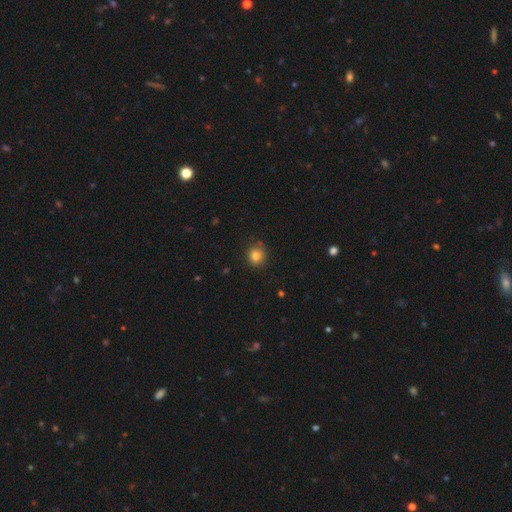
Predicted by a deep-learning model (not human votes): A smooth galaxy with no disk features (83%) that is round (88%). Merging: none (84%).